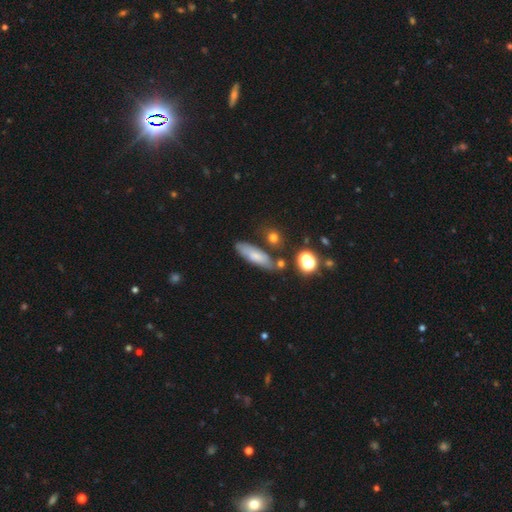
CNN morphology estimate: A smooth galaxy with no disk features (65%) that is cigar-shaped (49%).

Vote fractions:
- Smooth or featured? smooth: 65% / featured or disk: 24% / star or artifact: 11%
- How rounded? cigar-shaped: 49% / in between: 47% / round: 4%
- Merging? none: 71% / minor disturbance: 17% / merger: 7% / major disturbance: 5%